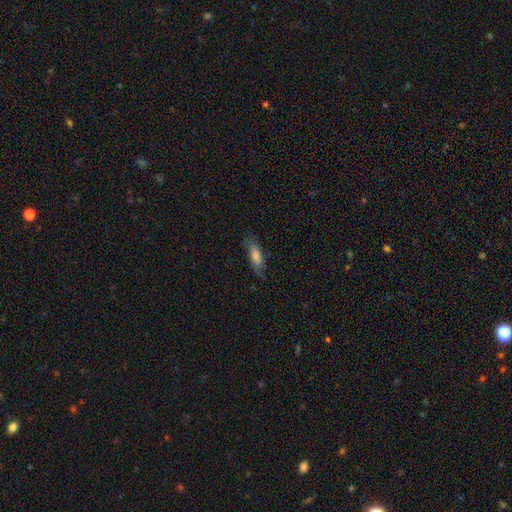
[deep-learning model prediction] The model was most divided on "how rounded": in between: 50%, cigar-shaped: 47%, round: 3%. More confident: merging — none (70%); smooth or featured — smooth (53%).